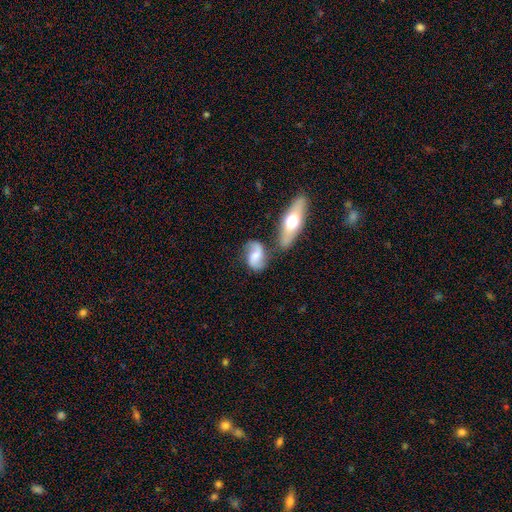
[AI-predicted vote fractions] A featured or disk galaxy (69%) with no bar (45%), 2 (91%) loose (50%) spiral arms (92%) and a moderate central bulge (36%).

Vote fractions:
- Smooth or featured? featured or disk: 69% / smooth: 25% / star or artifact: 7%
- Edge-on disk? no: 95% / yes: 5%
- Bar? no: 45% / weak: 43% / strong: 12%
- Spiral arms? yes: 92% / no: 8%
- Spiral winding? loose: 50% / medium: 38% / tight: 11%
- Spiral arm count? 2: 91% / can't tell: 4% / 1: 2% / 3: 1% / 4: 1% / more than 4: 1%
- Bulge size? moderate: 36% / small: 25% / none: 23% / large: 13% / dominant: 3%
- Merging? none: 54% / merger: 20% / minor disturbance: 19% / major disturbance: 7%